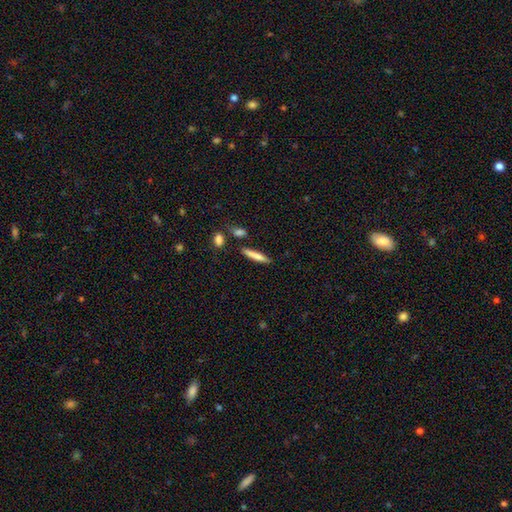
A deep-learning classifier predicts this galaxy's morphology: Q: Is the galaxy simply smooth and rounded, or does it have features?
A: smooth — 74%.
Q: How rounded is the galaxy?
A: cigar-shaped — 88%.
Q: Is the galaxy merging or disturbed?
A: none — 81%.